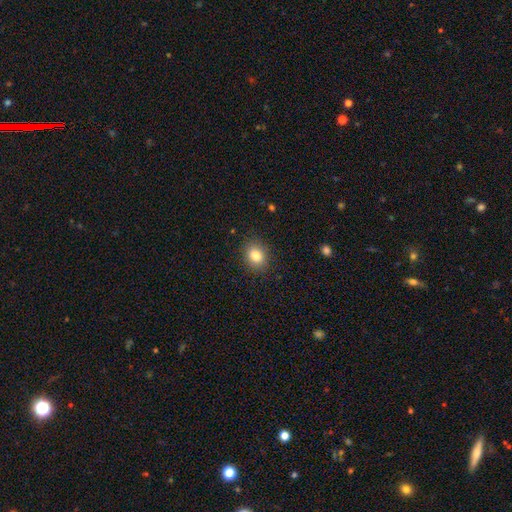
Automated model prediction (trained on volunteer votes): Smooth or featured? smooth (83%)
How rounded? round (51%)
Merging? none (88%)